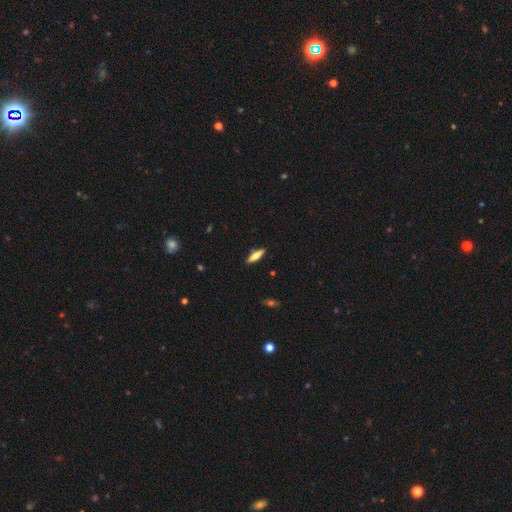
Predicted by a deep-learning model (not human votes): This is likely a smooth galaxy (62%). How rounded: likely cigar-shaped (69%). Merging: clearly none (88%).